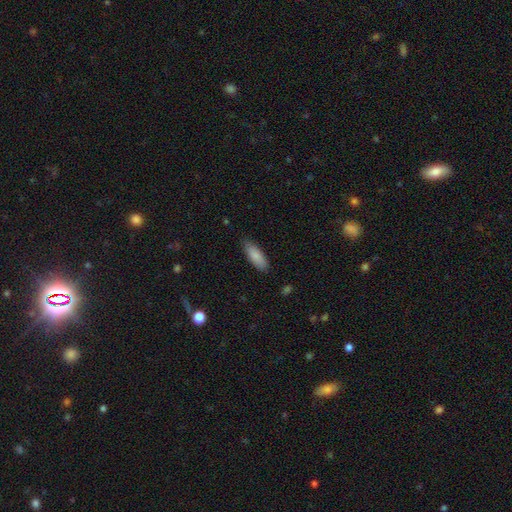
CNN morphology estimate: smooth-or-featured: smooth: 88% | featured or disk: 6% | star or artifact: 6%
  how-rounded: in between: 64% | cigar-shaped: 35% | round: 2%
  merging: none: 82% | minor disturbance: 14% | major disturbance: 2% | merger: 1%